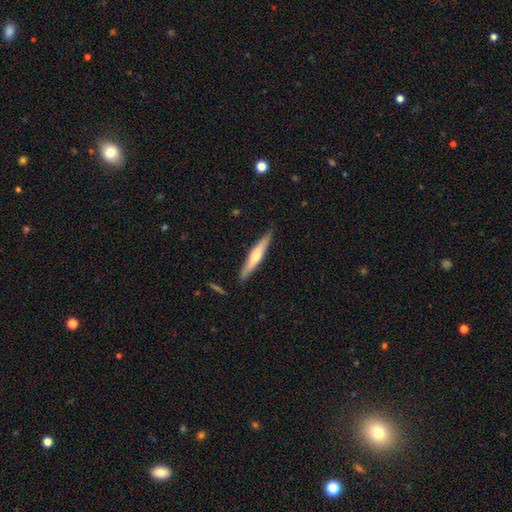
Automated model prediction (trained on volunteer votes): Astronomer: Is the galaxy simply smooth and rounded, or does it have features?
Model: featured or disk — 48% (runner-up: smooth, 47%).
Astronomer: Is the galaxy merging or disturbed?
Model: none — 87%.